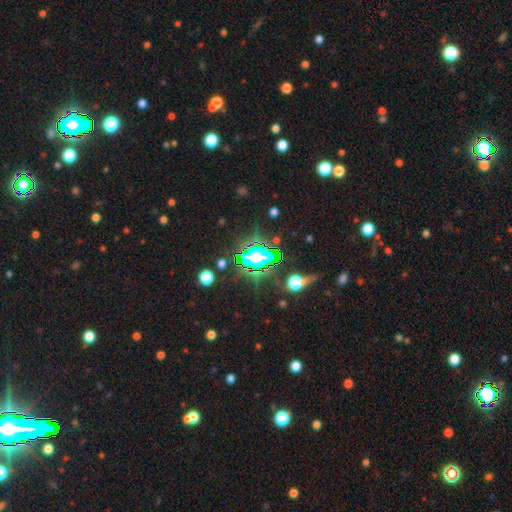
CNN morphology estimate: A star or artifact, not a galaxy (63%).

Vote fractions:
- Smooth or featured? star or artifact: 63% / smooth: 23% / featured or disk: 14%